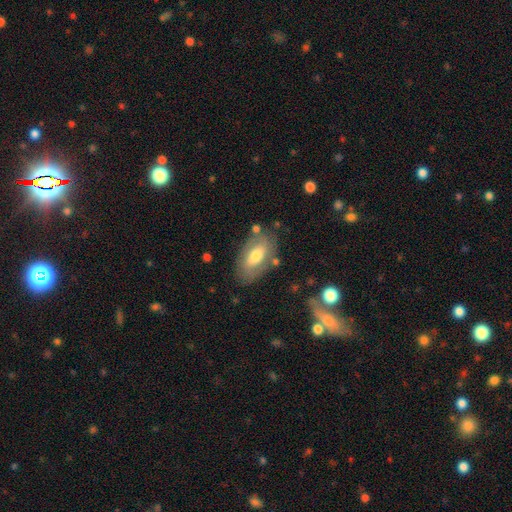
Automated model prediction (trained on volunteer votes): Overall: smooth (51%; featured or disk 42%). How rounded: in between (90%). Merging: none (73%).